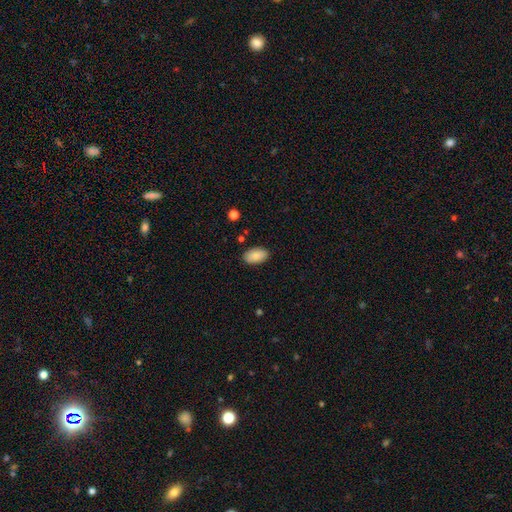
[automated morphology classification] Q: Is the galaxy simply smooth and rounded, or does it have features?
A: smooth — 85%.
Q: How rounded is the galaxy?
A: in between — 94%.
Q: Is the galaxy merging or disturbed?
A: none — 86%.